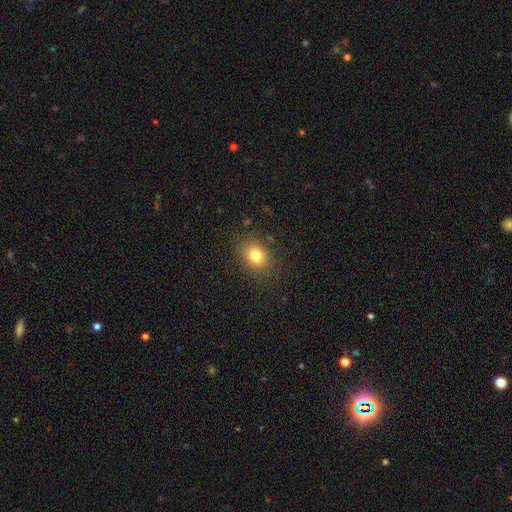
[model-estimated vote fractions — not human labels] smooth-or-featured: smooth: 78% | star or artifact: 13% | featured or disk: 9%
  how-rounded: round: 58% | in between: 41% | cigar-shaped: 1%
  merging: none: 84% | minor disturbance: 10% | major disturbance: 4% | merger: 1%